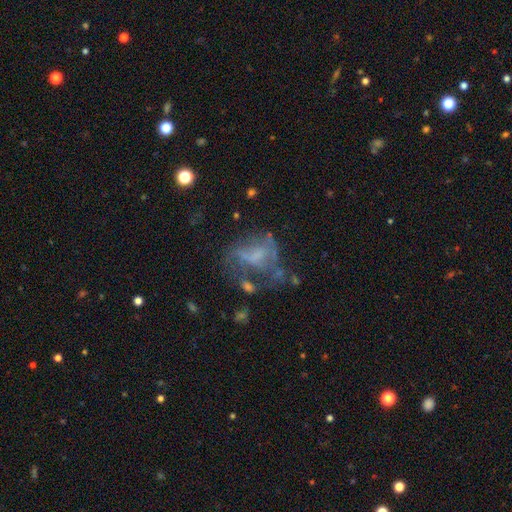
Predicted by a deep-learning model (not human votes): A featured or disk galaxy (54%) with no bar (69%), no spiral arms (71%) and no central bulge (55%). Merging: major disturbance (38%).